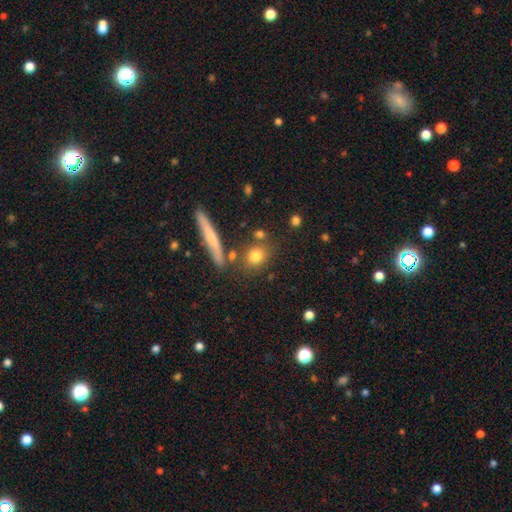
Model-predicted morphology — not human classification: Smooth or featured?
  - smooth: 77% *
  - featured or disk: 12%
  - star or artifact: 11%
How rounded?
  - round: 62% *
  - in between: 26%
  - cigar-shaped: 11%
Merging?
  - none: 73% *
  - merger: 12%
  - minor disturbance: 11%
  - major disturbance: 4%